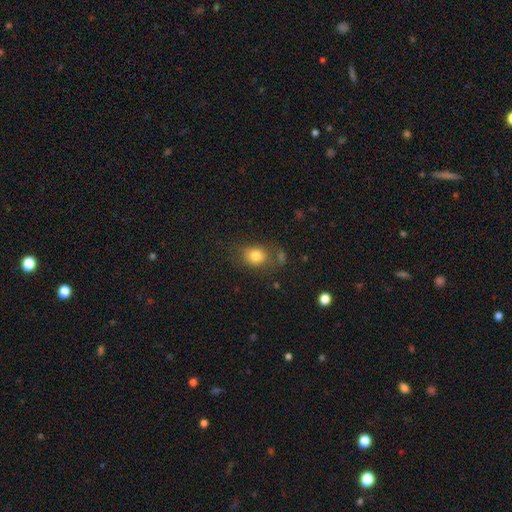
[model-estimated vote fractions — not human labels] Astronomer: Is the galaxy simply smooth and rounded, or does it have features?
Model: smooth — 80%.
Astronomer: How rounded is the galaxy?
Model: round — 58% (runner-up: in between, 41%).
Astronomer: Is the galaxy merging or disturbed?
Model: none — 66%.